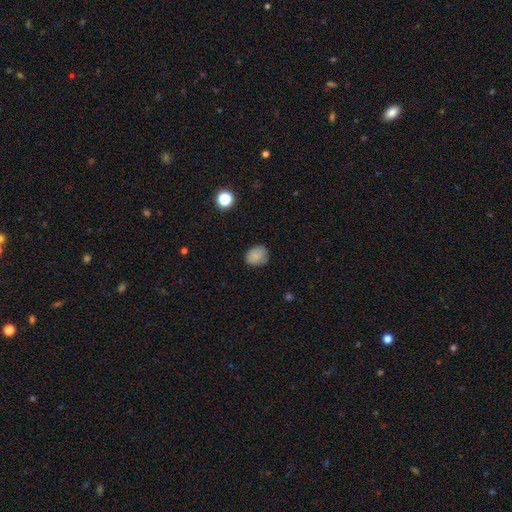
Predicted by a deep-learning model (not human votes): smooth_or_featured: smooth (p=0.80) [alt: star or artifact p=0.10]
how_rounded: round (p=0.62) [alt: in between p=0.37]
merging: none (p=0.73) [alt: minor disturbance p=0.21]